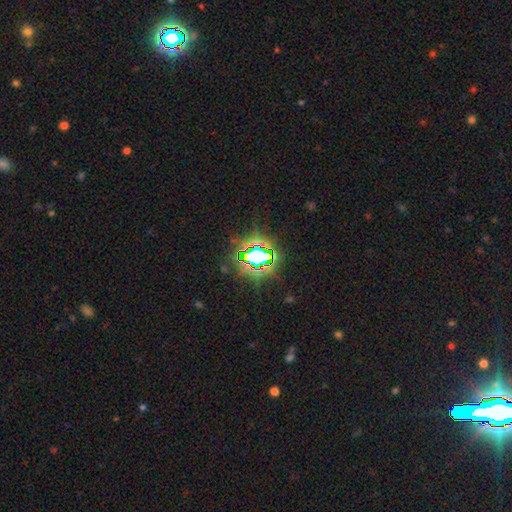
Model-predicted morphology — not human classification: Smooth or featured: star or artifact — 72% (smooth — 17%)